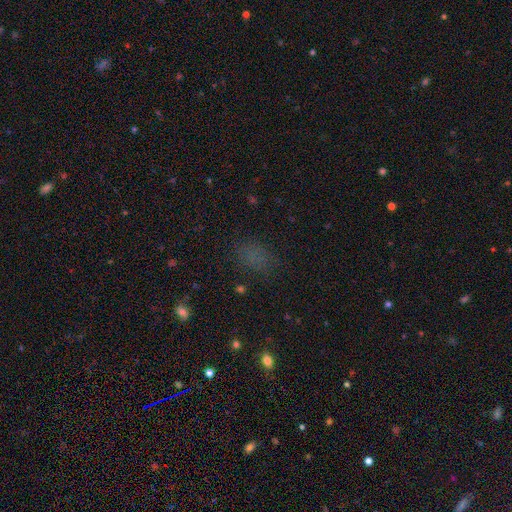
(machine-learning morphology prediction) Q: Smooth or featured?
A: smooth (64%); runner-up: star or artifact (29%)
Q: How rounded?
A: in between (64%); runner-up: round (34%)
Q: Merging?
A: none (78%); runner-up: minor disturbance (14%)